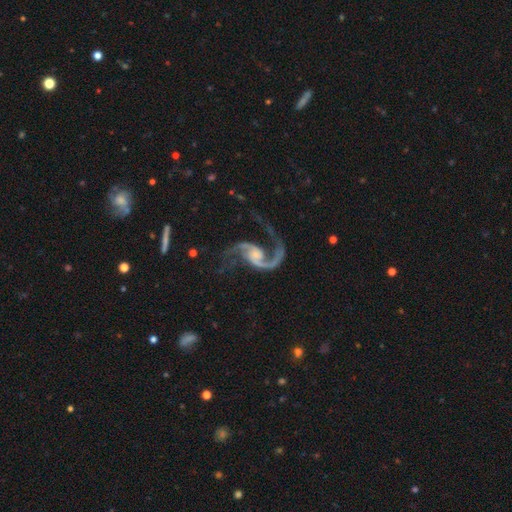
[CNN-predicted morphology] Smooth or featured? featured or disk (93%)
Edge-on disk? no (98%)
Bar? no (60%)
Spiral arms? yes (98%)
Spiral winding? loose (61%)
Spiral arm count? 2 (91%)
Bulge size? small (50%)
Merging? none (61%)